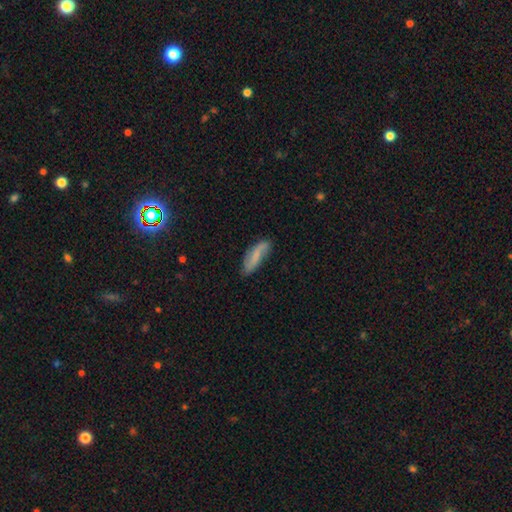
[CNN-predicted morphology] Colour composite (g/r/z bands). It shows a featured or disk galaxy (47%). Merging: none (72%).